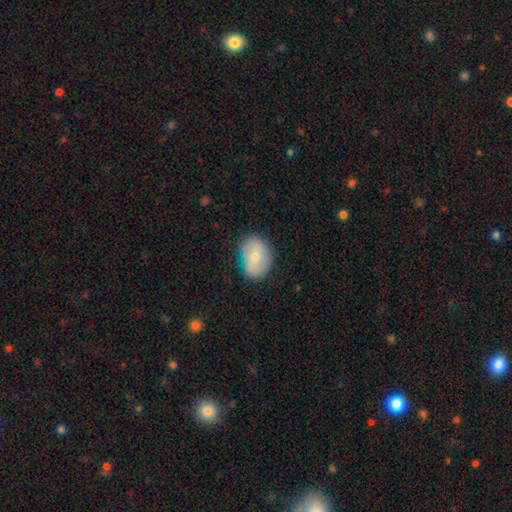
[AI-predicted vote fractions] Smooth or featured? smooth (66%)
How rounded? in between (69%)
Merging? none (76%)